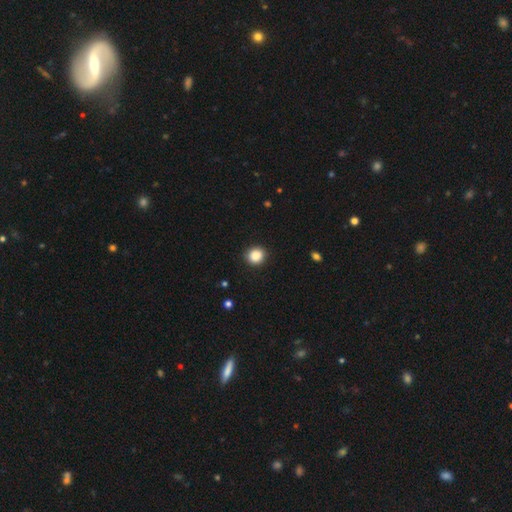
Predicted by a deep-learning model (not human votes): Smooth or featured? smooth (88%)
How rounded? round (84%)
Merging? none (90%)